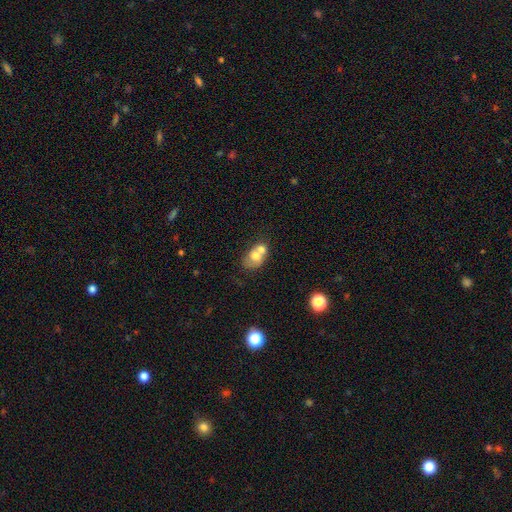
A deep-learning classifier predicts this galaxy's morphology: A smooth galaxy with no disk features (63%) that is in between round and cigar-shaped (58%). Merging: merger (66%).